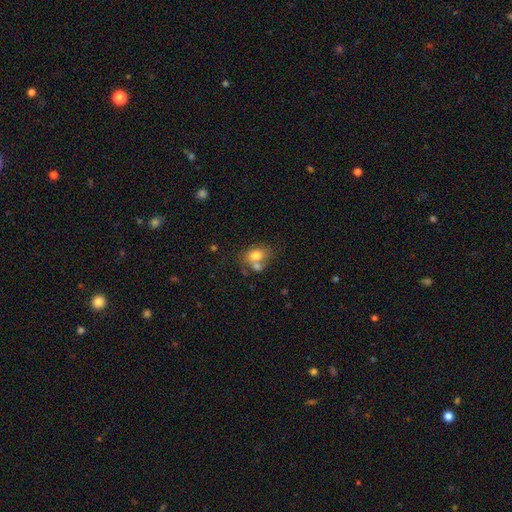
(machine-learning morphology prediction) Smooth or featured? smooth (73%)
How rounded? in between (69%)
Merging? none (41%)